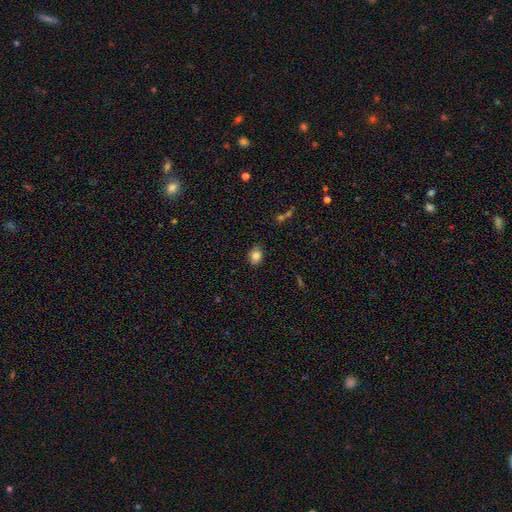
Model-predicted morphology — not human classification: Smooth or featured: smooth — 82% (star or artifact — 9%)
How rounded: in between — 58% (round — 41%)
Merging: none — 83% (minor disturbance — 13%)